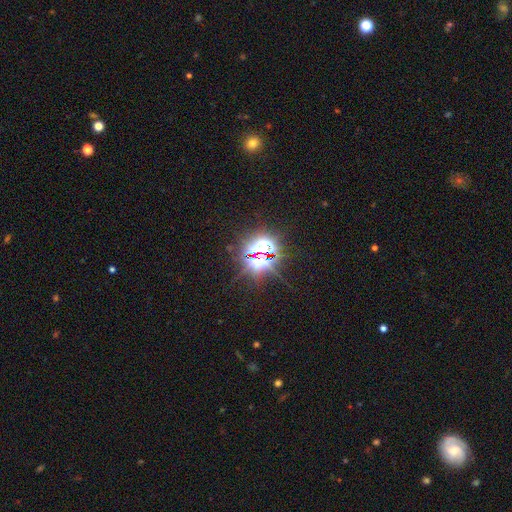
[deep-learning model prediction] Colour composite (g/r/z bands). It shows a star or artifact, not a galaxy (80%).